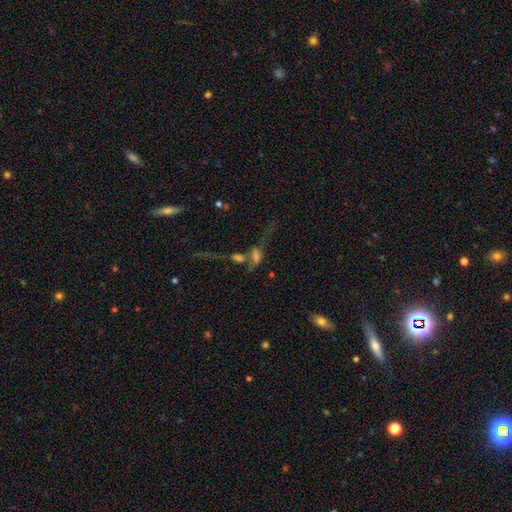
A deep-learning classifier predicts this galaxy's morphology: Smooth or featured? featured or disk (43%)
Merging? merger (51%)